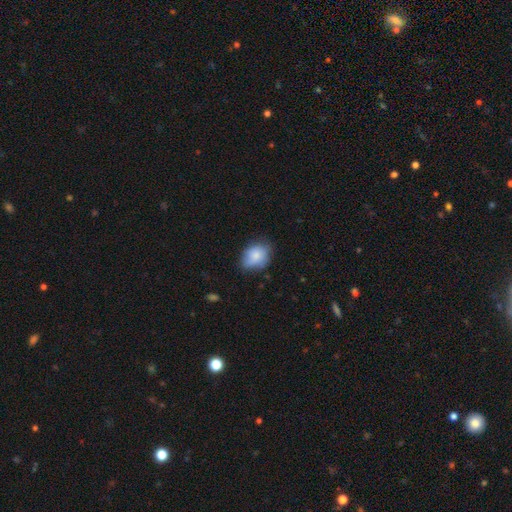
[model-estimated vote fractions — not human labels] Smooth or featured: smooth — 79% (featured or disk — 14%)
How rounded: in between — 66% (round — 33%)
Merging: none — 57% (minor disturbance — 33%)